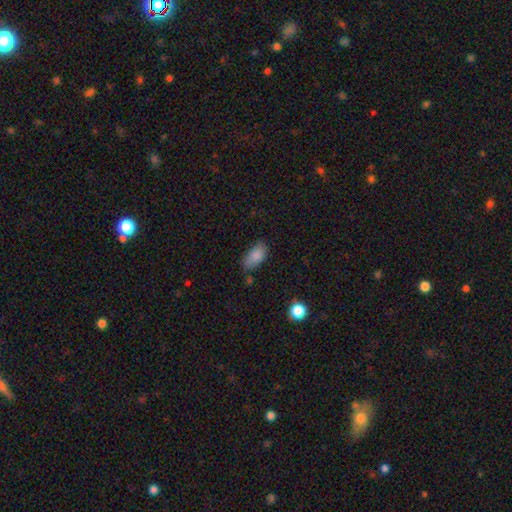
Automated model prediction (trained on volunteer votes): Morphology: type=smooth (85%); roundness=in between (91%); merging=none (60%).